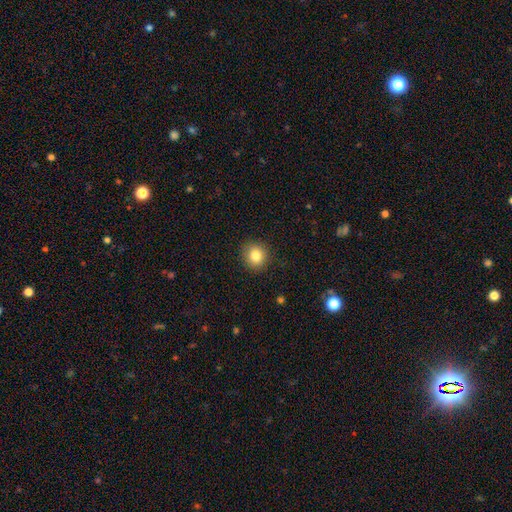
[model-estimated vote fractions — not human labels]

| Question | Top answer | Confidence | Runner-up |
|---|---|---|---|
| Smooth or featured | smooth | 84% | star or artifact (10%) |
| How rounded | round | 88% | in between (11%) |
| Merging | none | 89% | minor disturbance (7%) |